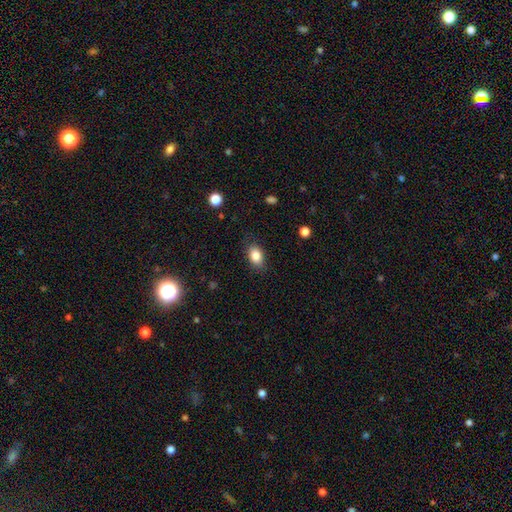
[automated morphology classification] smooth-or-featured: smooth: 85% | star or artifact: 9% | featured or disk: 7%
  how-rounded: in between: 83% | round: 15% | cigar-shaped: 2%
  merging: none: 83% | minor disturbance: 13% | major disturbance: 3% | merger: 1%